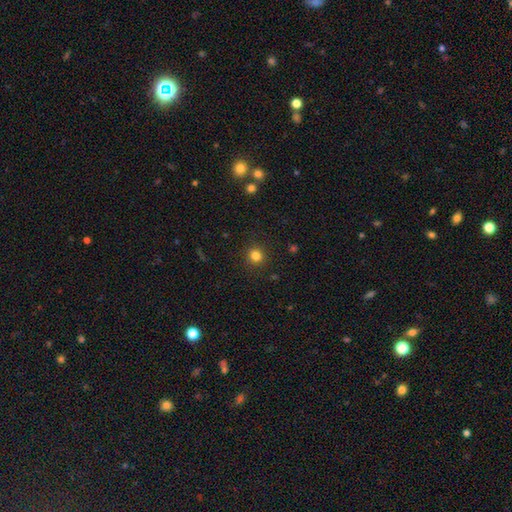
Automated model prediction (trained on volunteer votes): Smooth or featured? smooth (82%)
How rounded? round (92%)
Merging? none (91%)